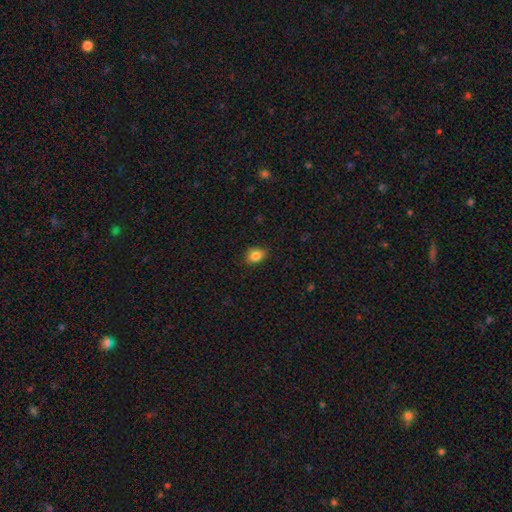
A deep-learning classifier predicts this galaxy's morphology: Smooth or featured? smooth (84%)
How rounded? in between (66%)
Merging? none (80%)